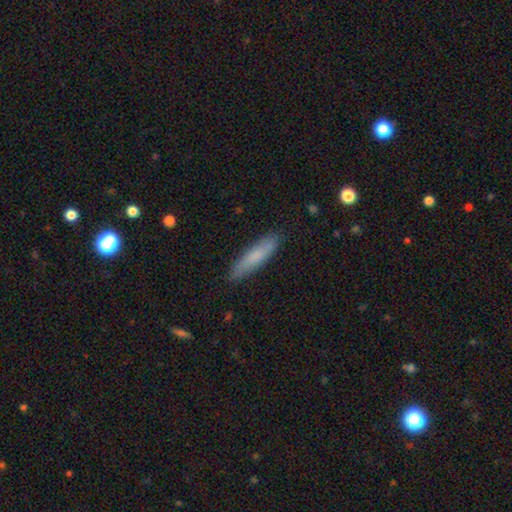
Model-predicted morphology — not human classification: smooth_or_featured: smooth (p=0.75) [alt: featured or disk p=0.19]
how_rounded: cigar-shaped (p=0.81) [alt: in between p=0.17]
merging: none (p=0.85) [alt: minor disturbance p=0.12]